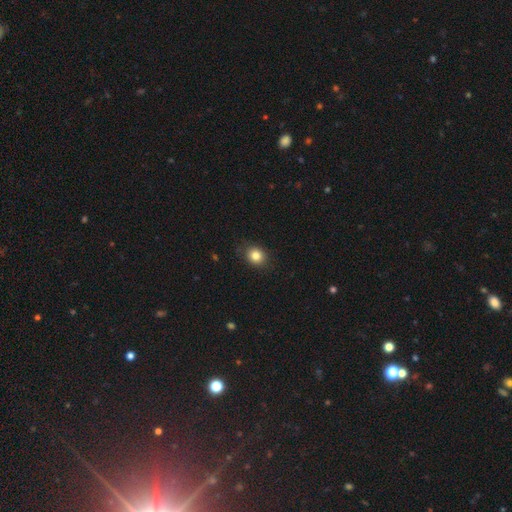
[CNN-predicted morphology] A smooth galaxy with no disk features (83%) that is round (69%).

Vote fractions:
- Smooth or featured? smooth: 83% / star or artifact: 11% / featured or disk: 6%
- How rounded? round: 69% / in between: 30% / cigar-shaped: 1%
- Merging? none: 86% / minor disturbance: 11% / major disturbance: 3% / merger: 1%